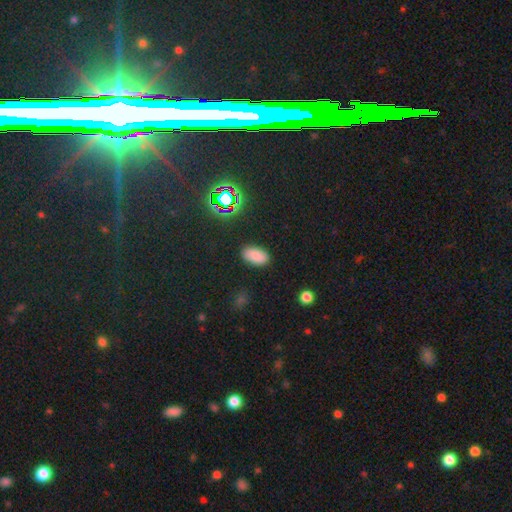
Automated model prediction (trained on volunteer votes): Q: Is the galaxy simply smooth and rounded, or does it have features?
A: smooth — 82%.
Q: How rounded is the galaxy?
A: in between — 94%.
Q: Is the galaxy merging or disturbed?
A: none — 86%.